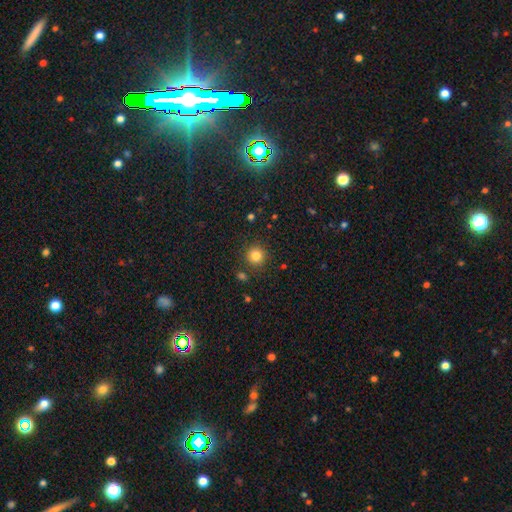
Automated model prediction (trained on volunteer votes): The model was most divided on "smooth or featured": smooth: 83%, star or artifact: 12%, featured or disk: 5%. More confident: how rounded — round (94%); merging — none (87%).